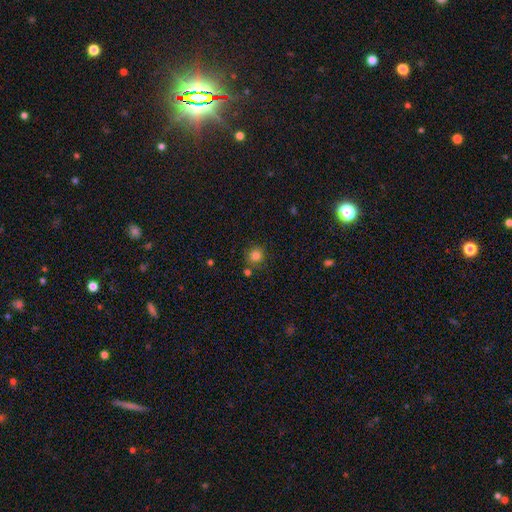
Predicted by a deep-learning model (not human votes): Smooth or featured? Predicted: smooth (p=0.81). How rounded? Predicted: round (p=0.91). Merging? Predicted: none (p=0.79).